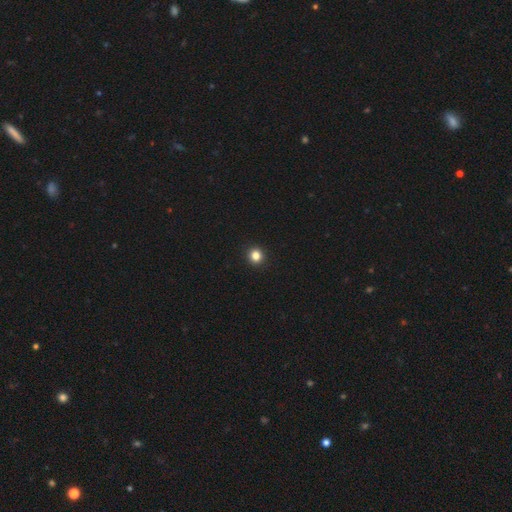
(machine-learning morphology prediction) The model was most divided on "smooth or featured": smooth: 83%, star or artifact: 13%, featured or disk: 5%. More confident: merging — none (94%); how rounded — round (92%).